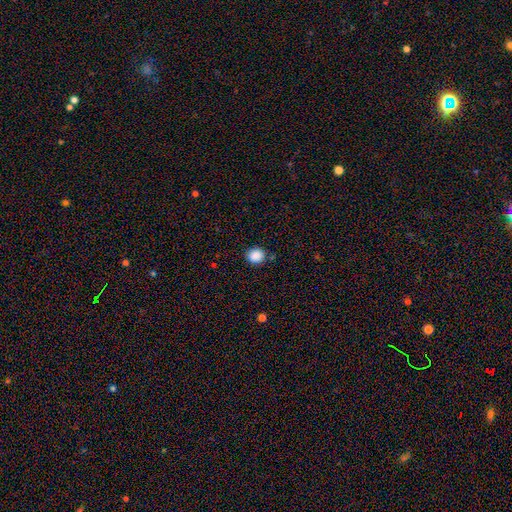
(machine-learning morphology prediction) smooth-or-featured: smooth: 87% | star or artifact: 10% | featured or disk: 3%
  how-rounded: round: 84% | in between: 15% | cigar-shaped: 1%
  merging: none: 85% | minor disturbance: 10% | major disturbance: 3% | merger: 3%